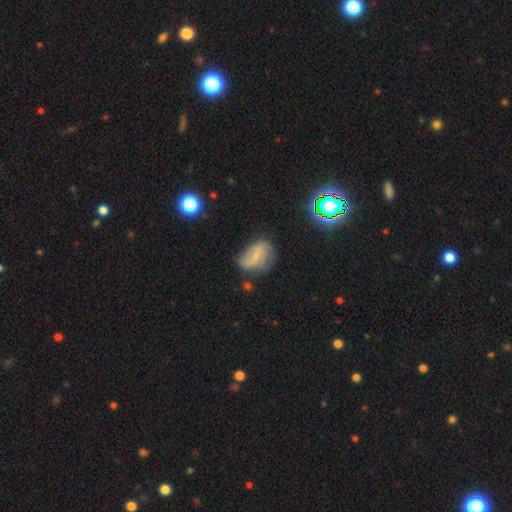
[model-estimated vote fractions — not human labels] Smooth or featured?
  - featured or disk: 59% *
  - smooth: 30%
  - star or artifact: 11%
Edge-on disk?
  - no: 96% *
  - yes: 4%
Bar?
  - weak: 44% *
  - no: 38%
  - strong: 18%
Spiral arms?
  - yes: 83% *
  - no: 17%
Bulge size?
  - small: 69% *
  - none: 15%
  - moderate: 14%
  - large: 1%
  - dominant: 1%
Merging?
  - none: 55% *
  - minor disturbance: 29%
  - major disturbance: 12%
  - merger: 4%